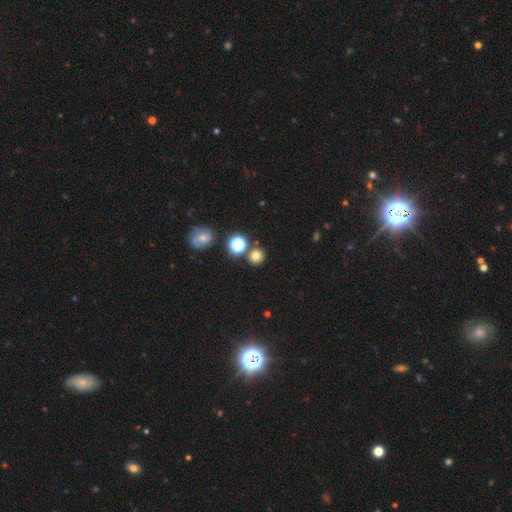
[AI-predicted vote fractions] Smooth or featured?
  - smooth: 74% *
  - star or artifact: 19%
  - featured or disk: 8%
How rounded?
  - round: 90% *
  - in between: 9%
  - cigar-shaped: 1%
Merging?
  - none: 81% *
  - merger: 9%
  - minor disturbance: 8%
  - major disturbance: 3%